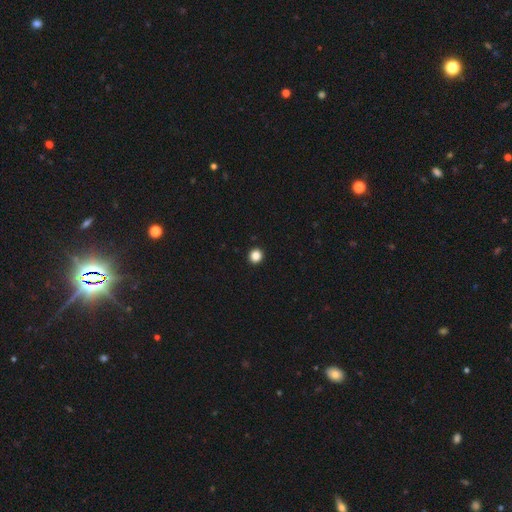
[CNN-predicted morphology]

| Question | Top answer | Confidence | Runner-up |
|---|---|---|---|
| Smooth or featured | smooth | 86% | star or artifact (11%) |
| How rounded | round | 92% | in between (8%) |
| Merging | none | 94% | minor disturbance (4%) |